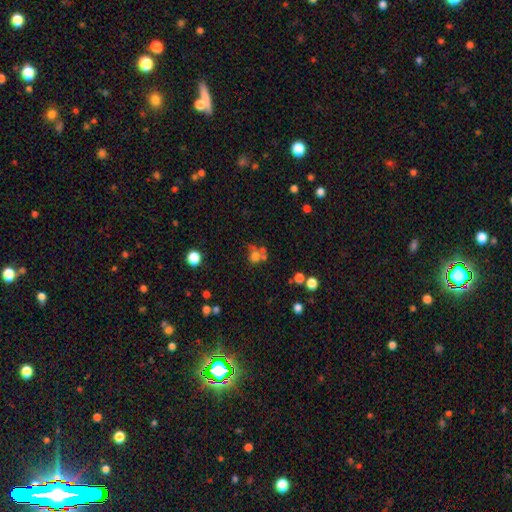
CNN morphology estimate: smooth 67%, star or artifact 19%, featured or disk 14%. Down the decision tree: how rounded — round (79%); merging — none (40%).